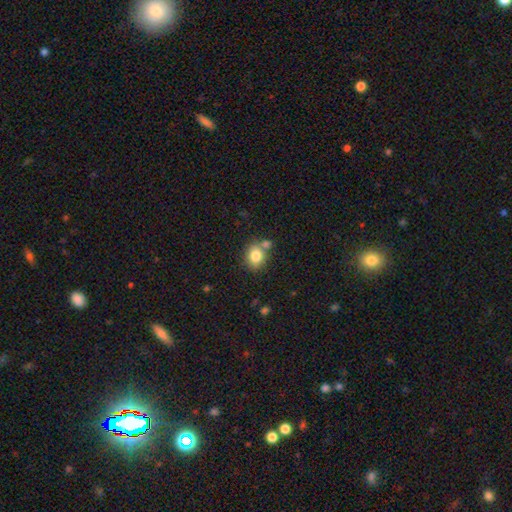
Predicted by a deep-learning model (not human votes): smooth_or_featured: smooth (p=0.80) [alt: star or artifact p=0.10]
how_rounded: round (p=0.60) [alt: in between p=0.39]
merging: none (p=0.64) [alt: merger p=0.20]